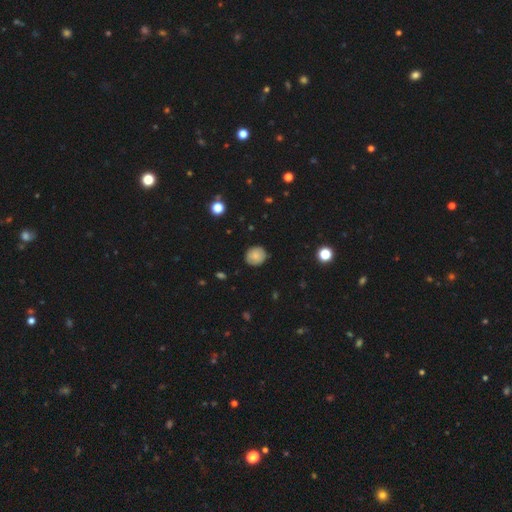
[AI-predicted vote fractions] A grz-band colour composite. It shows a smooth galaxy with no disk features (79%) that is round (85%). Merging: none (83%).